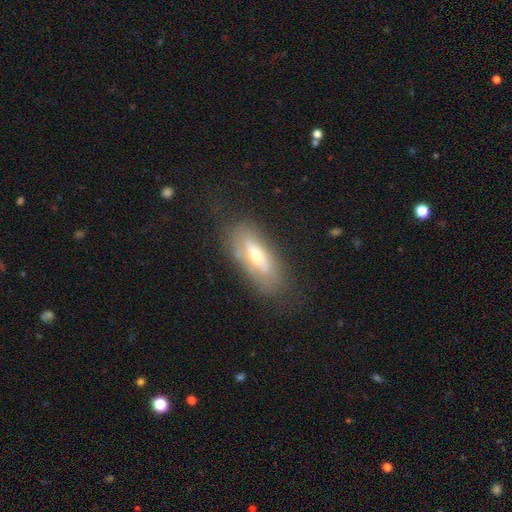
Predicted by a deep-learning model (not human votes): Smooth or featured? Predicted: featured or disk (p=0.50). Merging? Predicted: none (p=0.71).